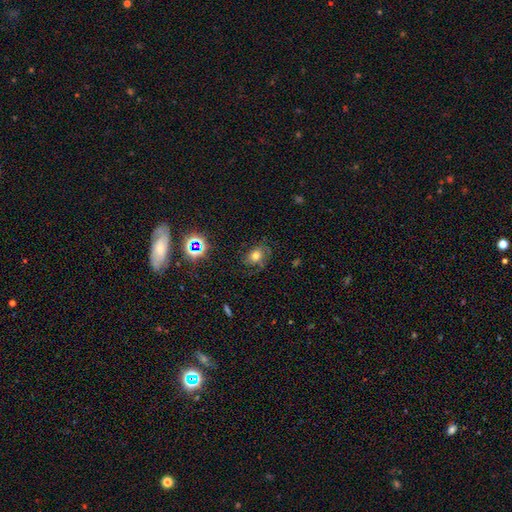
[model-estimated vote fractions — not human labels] Overall: featured or disk (44%; smooth 33%). Merging: none (66%).